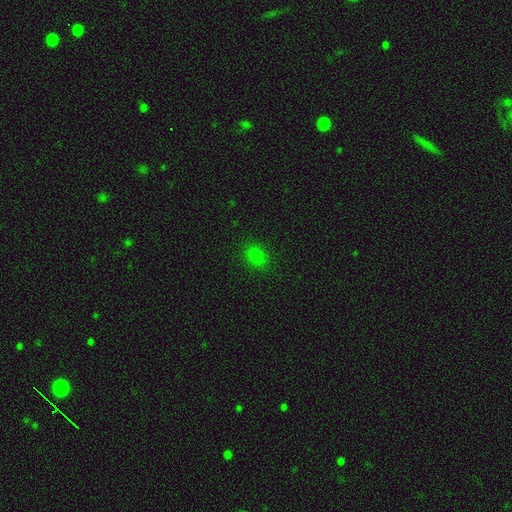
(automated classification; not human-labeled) Smooth or featured? smooth (78%)
How rounded? in between (69%)
Merging? none (87%)